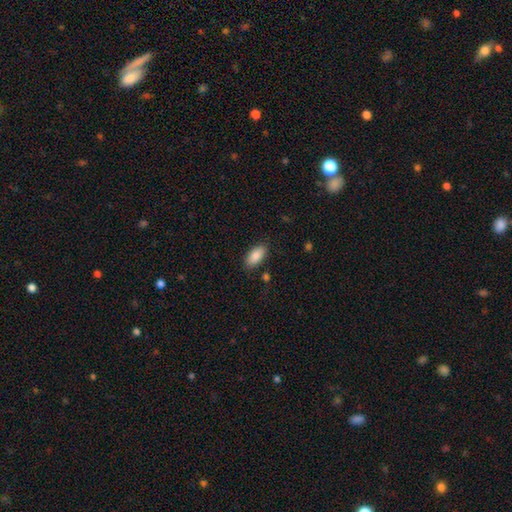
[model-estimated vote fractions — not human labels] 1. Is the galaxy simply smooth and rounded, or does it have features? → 88% smooth, 7% star or artifact, 6% featured or disk.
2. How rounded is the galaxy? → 91% in between, 6% cigar-shaped, 2% round.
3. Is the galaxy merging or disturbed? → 85% none, 10% minor disturbance, 3% major disturbance, 2% merger.